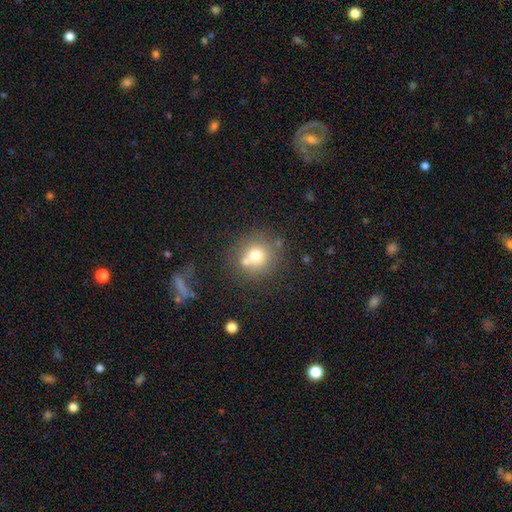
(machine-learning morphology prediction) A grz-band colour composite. It shows a smooth galaxy with no disk features (70%) that is round (89%). Merging: none (62%).